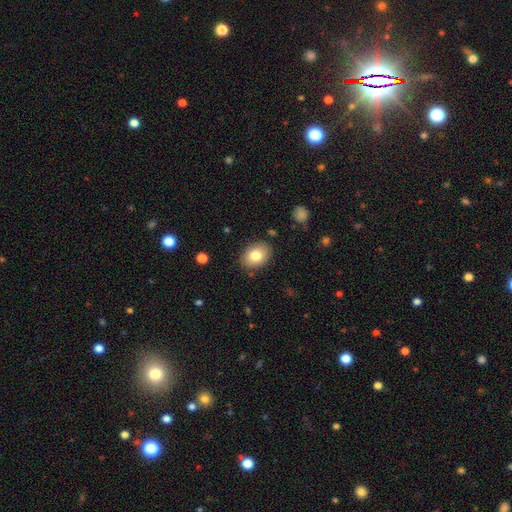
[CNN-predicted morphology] smooth-or-featured: smooth: 80% | featured or disk: 12% | star or artifact: 8%
  how-rounded: in between: 72% | round: 27% | cigar-shaped: 1%
  merging: none: 86% | minor disturbance: 10% | major disturbance: 3% | merger: 2%